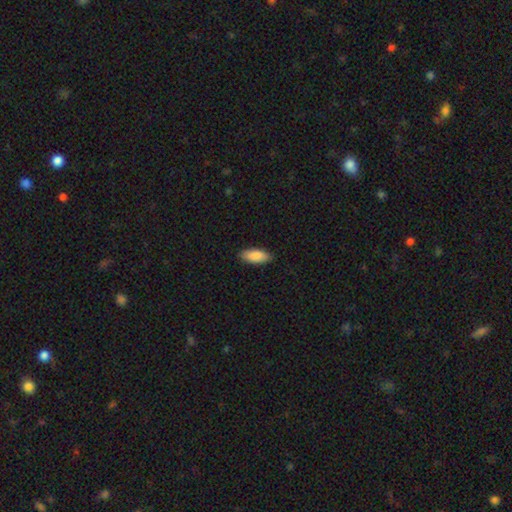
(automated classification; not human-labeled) A smooth galaxy with no disk features (87%) that is in between round and cigar-shaped (82%). Merging: none (88%).